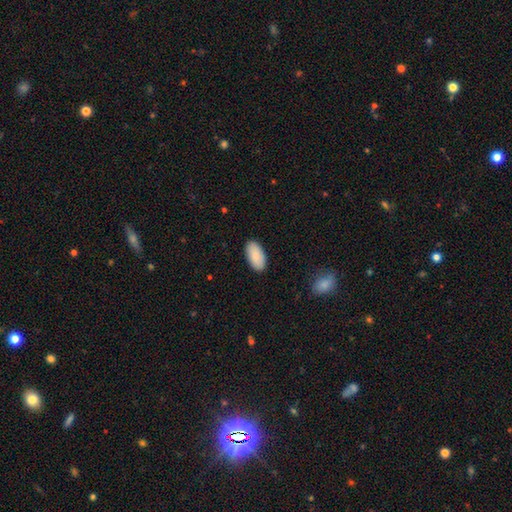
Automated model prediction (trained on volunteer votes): Smooth or featured?
  - smooth: 89% *
  - star or artifact: 6%
  - featured or disk: 5%
How rounded?
  - in between: 95% *
  - cigar-shaped: 3%
  - round: 2%
Merging?
  - none: 89% *
  - minor disturbance: 8%
  - major disturbance: 2%
  - merger: 1%